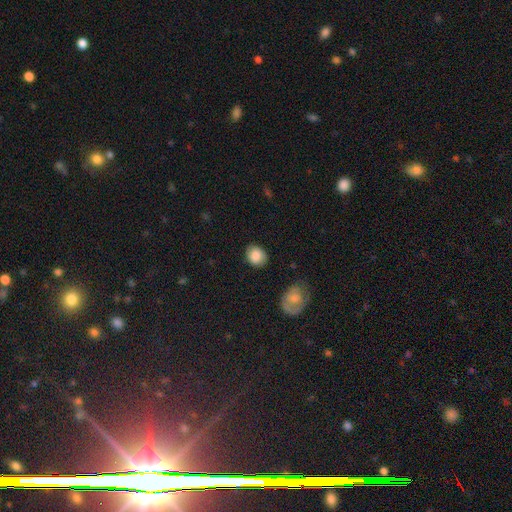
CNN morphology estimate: Smooth or featured? Predicted: smooth (p=0.84). How rounded? Predicted: round (p=0.57). Merging? Predicted: none (p=0.83).